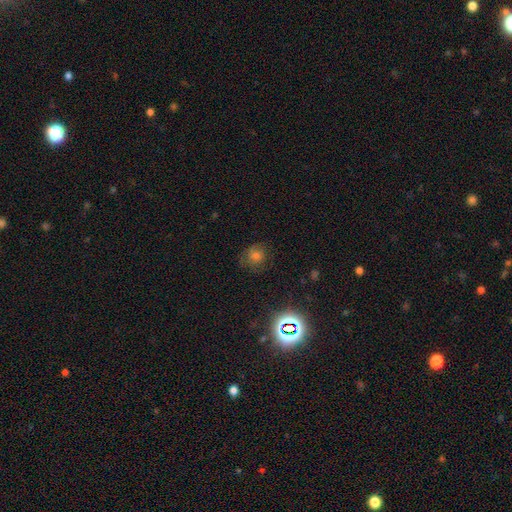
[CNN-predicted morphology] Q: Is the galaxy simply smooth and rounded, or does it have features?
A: smooth — 57%.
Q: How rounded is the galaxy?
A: round — 82%.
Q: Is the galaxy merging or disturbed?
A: none — 74%.